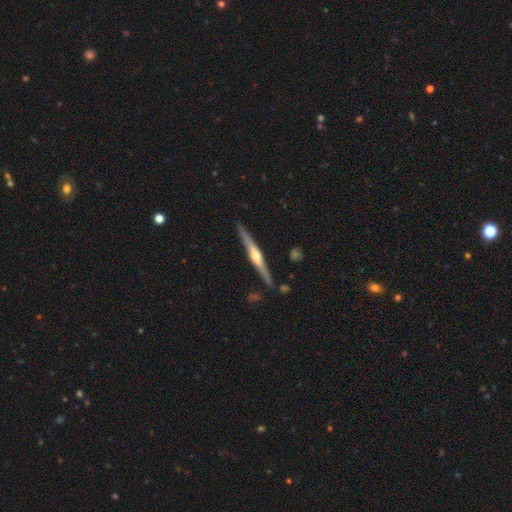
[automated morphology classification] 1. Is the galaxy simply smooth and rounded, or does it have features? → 73% featured or disk, 22% smooth, 5% star or artifact.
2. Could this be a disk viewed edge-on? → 97% yes, 3% no.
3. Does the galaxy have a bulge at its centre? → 84% rounded, 10% none, 6% boxy.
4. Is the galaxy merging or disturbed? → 87% none, 9% minor disturbance, 2% merger, 2% major disturbance.